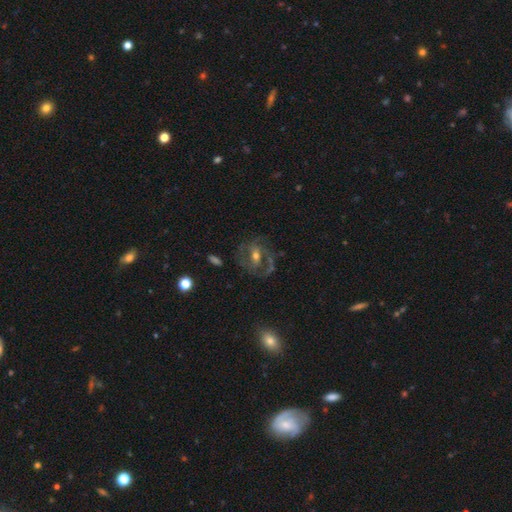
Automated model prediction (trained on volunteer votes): Morphology: type=featured or disk (72%); edge-on=no (95%); bar=weak (40%); spiral arms=yes (70%); bulge=moderate (59%); merging=none (64%).